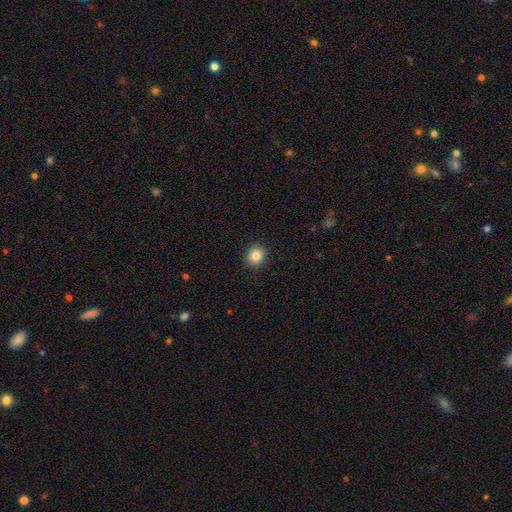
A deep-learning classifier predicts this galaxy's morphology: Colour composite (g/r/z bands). It shows a smooth galaxy with no disk features (84%) that is round (81%). Merging: none (92%).